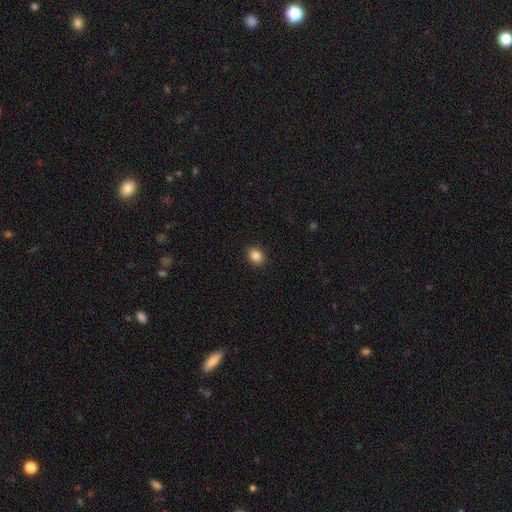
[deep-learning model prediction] smooth 86%, star or artifact 10%, featured or disk 4%. Down the decision tree: how rounded — in between (51%); merging — none (91%).